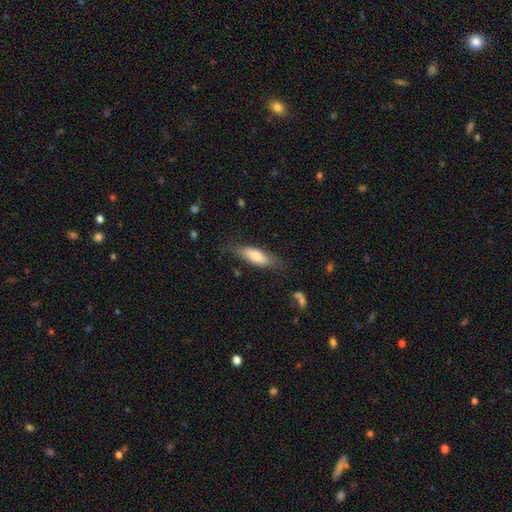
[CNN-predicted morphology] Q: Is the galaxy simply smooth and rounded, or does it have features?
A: smooth — 69%.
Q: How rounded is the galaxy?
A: in between — 55%.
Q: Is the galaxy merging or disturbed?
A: none — 72%.